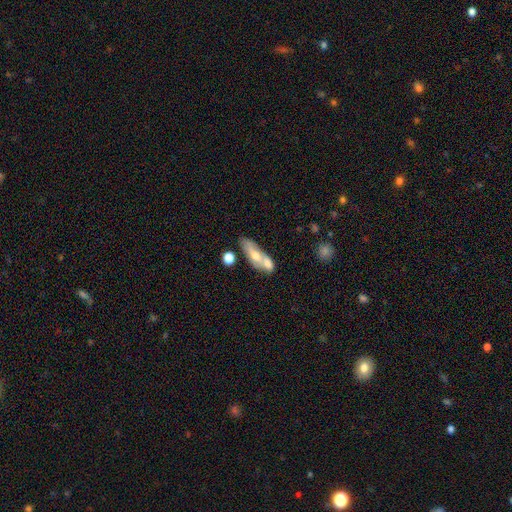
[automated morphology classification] A smooth galaxy with no disk features (52%) that is in between round and cigar-shaped (57%). Merging: merger (42%).